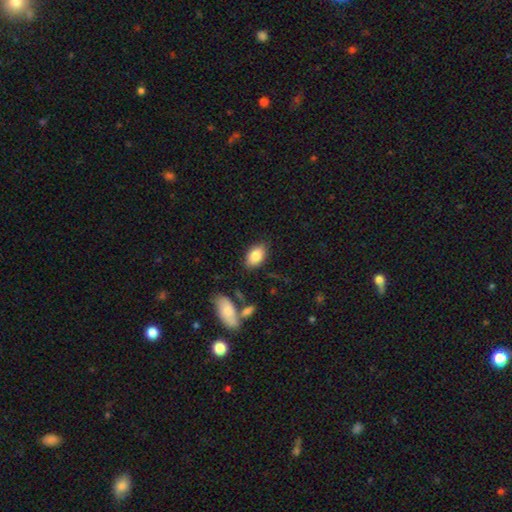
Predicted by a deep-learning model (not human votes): Smooth or featured: smooth — 84% (featured or disk — 9%)
How rounded: in between — 92% (round — 7%)
Merging: none — 81% (minor disturbance — 12%)